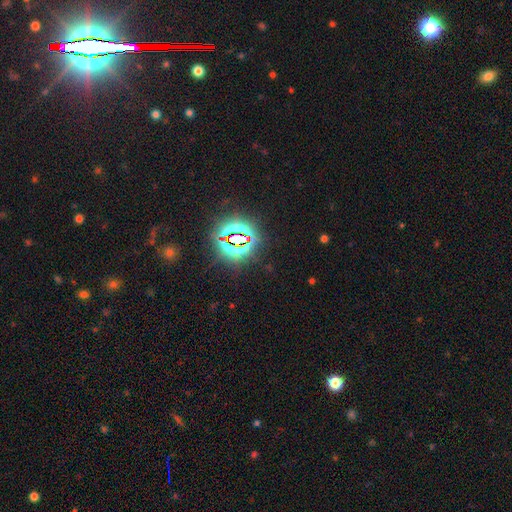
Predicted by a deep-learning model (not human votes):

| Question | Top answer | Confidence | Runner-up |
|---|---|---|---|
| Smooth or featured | star or artifact | 82% | smooth (11%) |